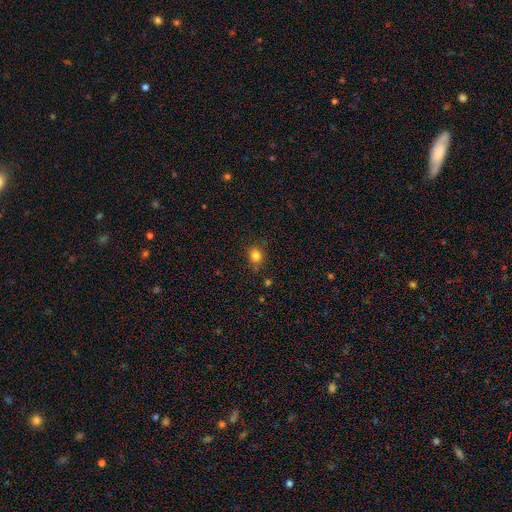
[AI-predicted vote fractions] Smooth or featured? Predicted: smooth (p=0.82). How rounded? Predicted: round (p=0.67). Merging? Predicted: none (p=0.81).